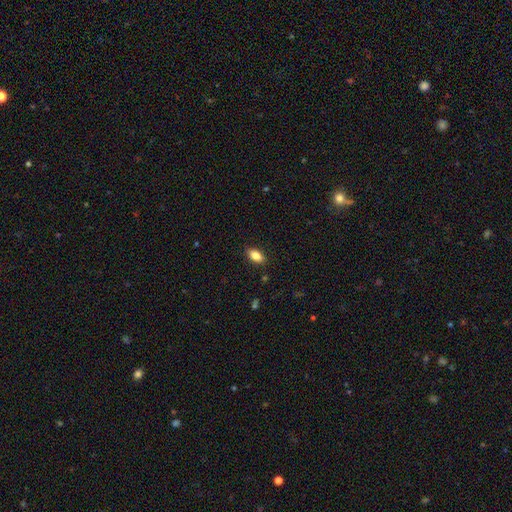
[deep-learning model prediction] A smooth galaxy with no disk features (84%) that is in between round and cigar-shaped (89%).

Vote fractions:
- Smooth or featured? smooth: 84% / star or artifact: 8% / featured or disk: 7%
- How rounded? in between: 89% / round: 6% / cigar-shaped: 5%
- Merging? none: 87% / minor disturbance: 9% / major disturbance: 2% / merger: 1%